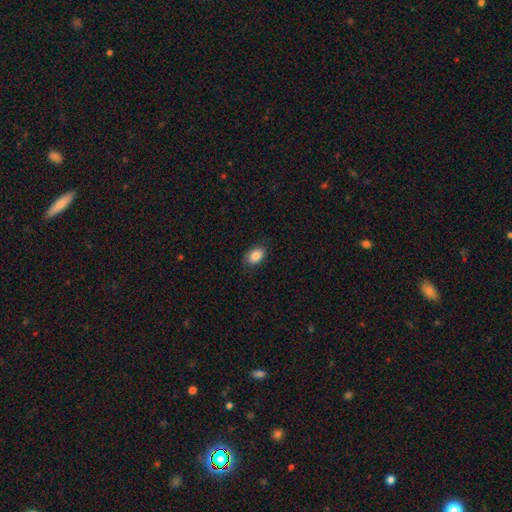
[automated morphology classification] Smooth or featured? smooth (88%)
How rounded? in between (85%)
Merging? none (82%)